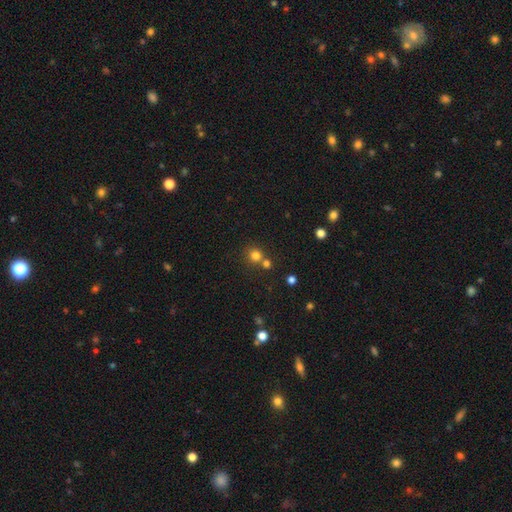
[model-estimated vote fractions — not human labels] Smooth or featured: smooth — 77% (star or artifact — 16%)
How rounded: round — 90% (in between — 9%)
Merging: none — 61% (merger — 30%)